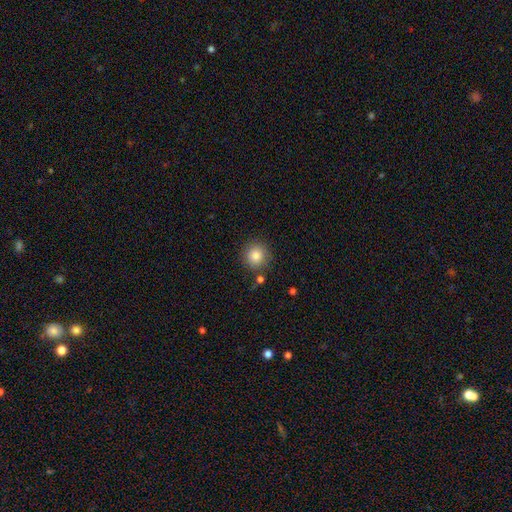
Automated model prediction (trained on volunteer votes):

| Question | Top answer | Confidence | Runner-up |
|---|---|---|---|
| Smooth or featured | smooth | 84% | star or artifact (10%) |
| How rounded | round | 93% | in between (6%) |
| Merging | none | 84% | minor disturbance (9%) |